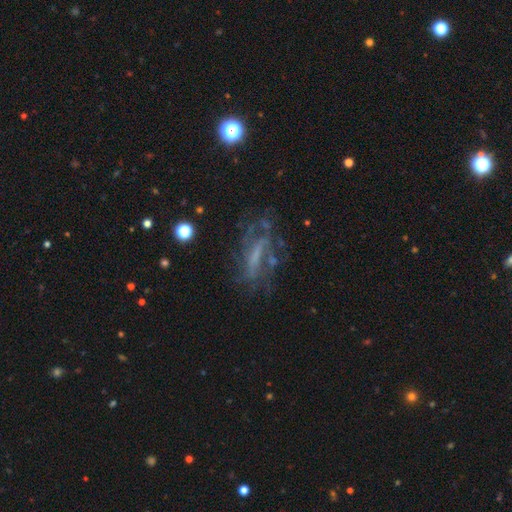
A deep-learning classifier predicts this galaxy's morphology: type=featured or disk (66%); edge-on=no (81%); bar=no (36%); spiral arms=yes (66%); bulge=none (51%); merging=none (53%).